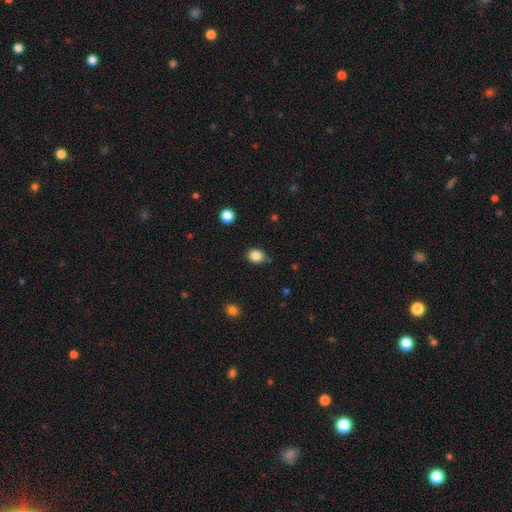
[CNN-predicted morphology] smooth-or-featured: smooth: 85% | star or artifact: 10% | featured or disk: 4%
  how-rounded: round: 58% | in between: 41% | cigar-shaped: 1%
  merging: none: 80% | minor disturbance: 14% | major disturbance: 3% | merger: 3%